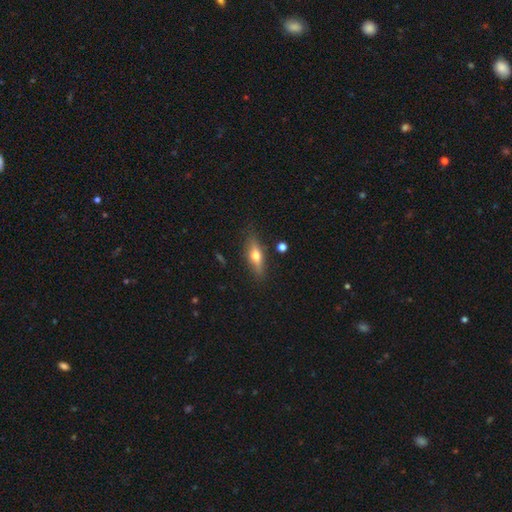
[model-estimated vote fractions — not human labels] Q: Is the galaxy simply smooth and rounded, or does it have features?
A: featured or disk — 47%.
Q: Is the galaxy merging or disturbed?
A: none — 84%.